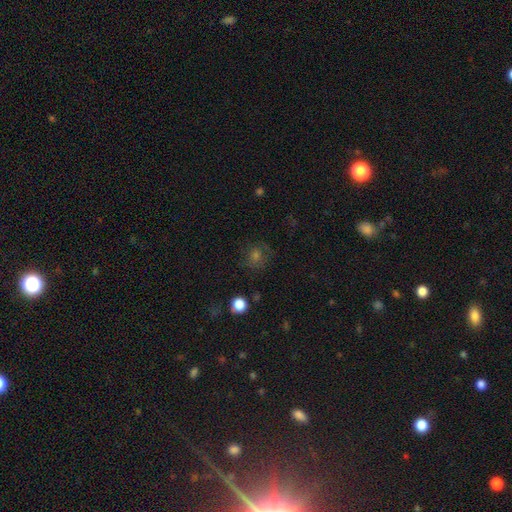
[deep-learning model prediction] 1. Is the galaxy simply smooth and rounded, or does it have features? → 55% smooth, 28% star or artifact, 17% featured or disk.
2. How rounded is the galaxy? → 84% round, 15% in between, 1% cigar-shaped.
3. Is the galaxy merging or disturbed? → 76% none, 15% minor disturbance, 8% major disturbance, 2% merger.